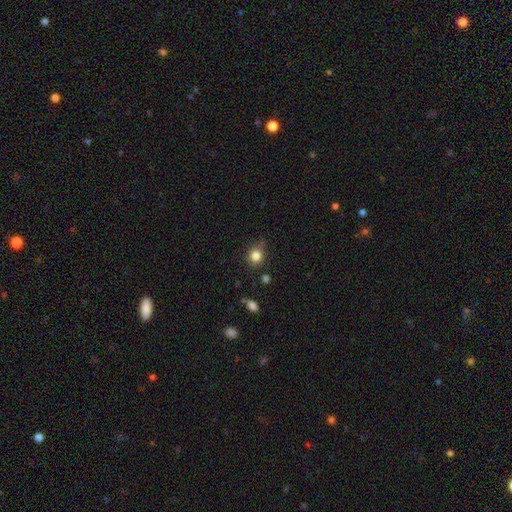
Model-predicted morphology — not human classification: A smooth galaxy with no disk features (83%) that is round (76%).

Vote fractions:
- Smooth or featured? smooth: 83% / star or artifact: 11% / featured or disk: 5%
- How rounded? round: 76% / in between: 23% / cigar-shaped: 1%
- Merging? none: 76% / minor disturbance: 18% / major disturbance: 4% / merger: 3%